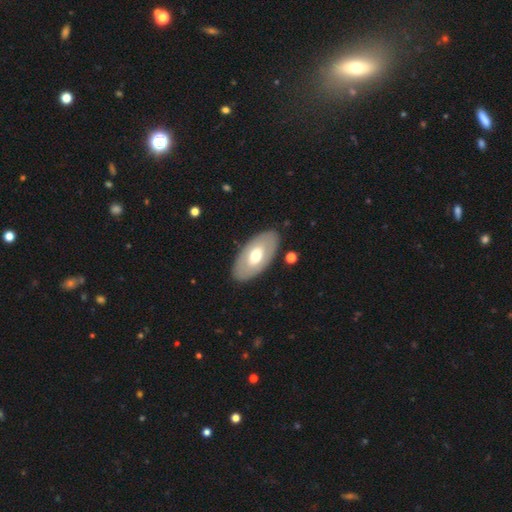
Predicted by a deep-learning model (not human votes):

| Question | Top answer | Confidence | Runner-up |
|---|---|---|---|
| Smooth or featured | smooth | 53% | featured or disk (42%) |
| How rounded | in between | 94% | round (3%) |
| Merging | none | 86% | minor disturbance (9%) |